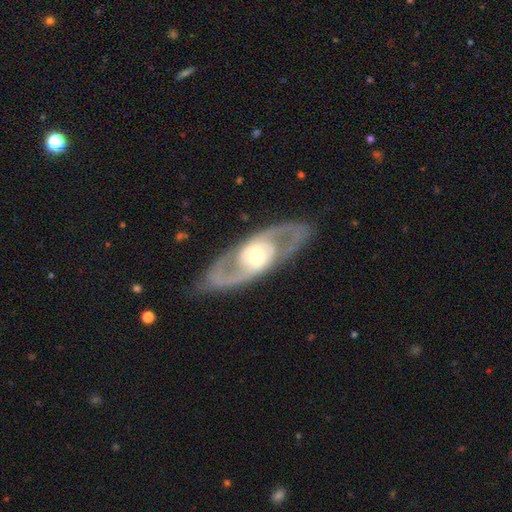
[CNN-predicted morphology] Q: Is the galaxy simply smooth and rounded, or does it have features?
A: featured or disk — 84%.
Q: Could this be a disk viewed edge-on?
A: no — 91%.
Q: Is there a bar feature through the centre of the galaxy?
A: no — 62%.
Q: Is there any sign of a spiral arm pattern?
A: yes — 78%.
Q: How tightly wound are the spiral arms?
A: medium — 49%.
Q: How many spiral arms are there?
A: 2 — 87%.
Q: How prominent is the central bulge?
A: moderate — 62%.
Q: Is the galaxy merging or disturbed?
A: none — 82%.